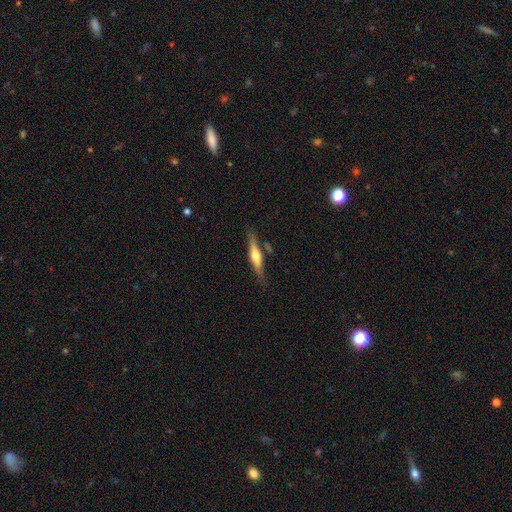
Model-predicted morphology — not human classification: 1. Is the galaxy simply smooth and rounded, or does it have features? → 58% featured or disk, 37% smooth, 6% star or artifact.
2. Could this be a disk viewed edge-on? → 94% yes, 6% no.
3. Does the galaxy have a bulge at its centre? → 90% rounded, 5% boxy, 5% none.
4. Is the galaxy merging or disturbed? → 76% none, 15% minor disturbance, 6% merger, 3% major disturbance.